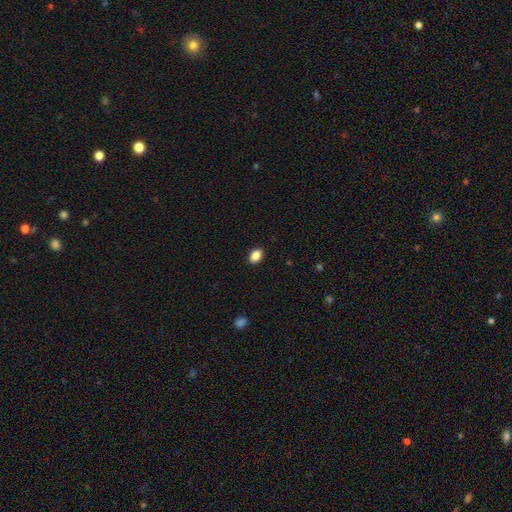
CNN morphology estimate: A smooth galaxy with no disk features (88%) that is in between round and cigar-shaped (86%). Merging: none (89%).